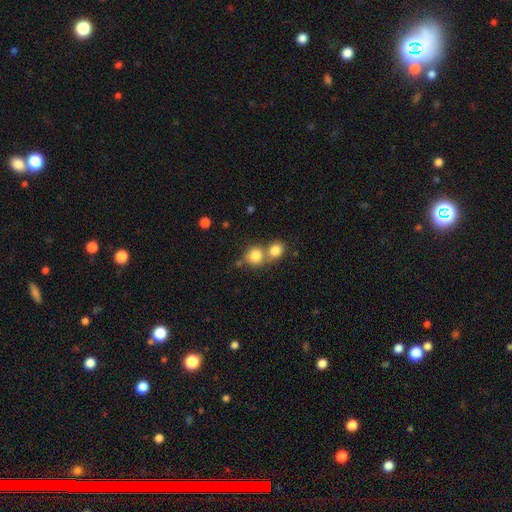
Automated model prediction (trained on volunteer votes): The model was most divided on "merging": merger: 51%, none: 39%, minor disturbance: 7%, major disturbance: 3%. More confident: how rounded — round (83%); smooth or featured — smooth (82%).